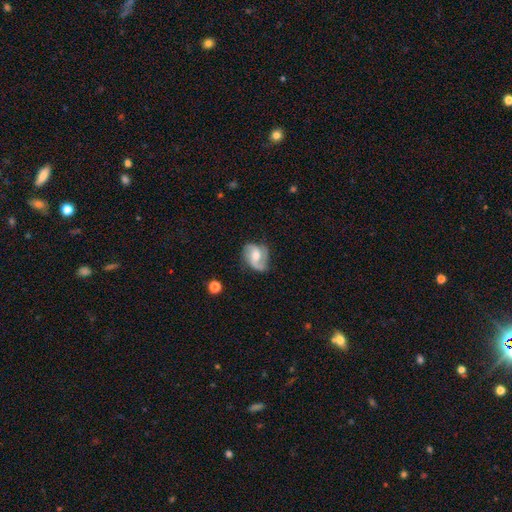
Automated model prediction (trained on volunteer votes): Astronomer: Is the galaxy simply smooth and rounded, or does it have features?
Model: featured or disk — 75%.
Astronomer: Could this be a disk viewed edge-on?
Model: no — 98%.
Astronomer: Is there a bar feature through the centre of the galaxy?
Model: weak — 48% (runner-up: no, 37%).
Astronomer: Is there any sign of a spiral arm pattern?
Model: yes — 94%.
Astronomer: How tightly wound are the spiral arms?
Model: medium — 47% (runner-up: loose, 35%).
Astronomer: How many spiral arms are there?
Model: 2 — 81%.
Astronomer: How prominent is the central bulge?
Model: moderate — 61%.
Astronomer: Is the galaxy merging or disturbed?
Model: none — 63%.